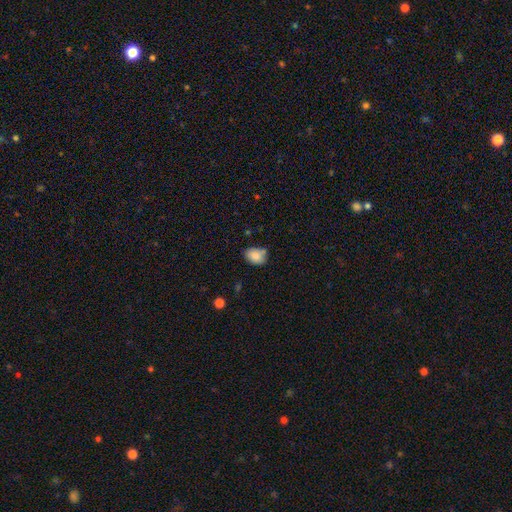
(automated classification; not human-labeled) smooth_or_featured: smooth (p=0.86) [alt: star or artifact p=0.08]
how_rounded: in between (p=0.68) [alt: round p=0.31]
merging: none (p=0.67) [alt: minor disturbance p=0.20]